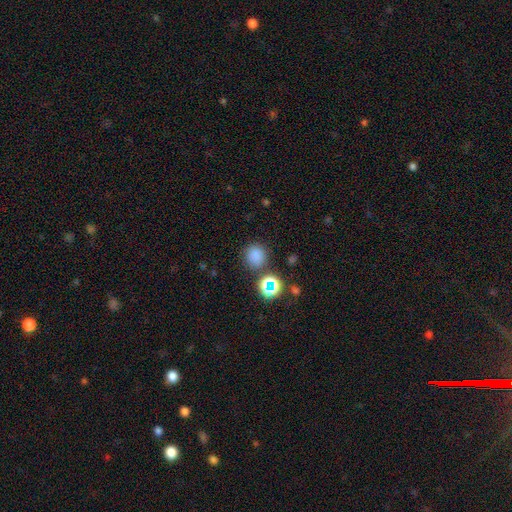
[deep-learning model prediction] Smooth or featured? smooth (76%)
How rounded? round (87%)
Merging? none (80%)